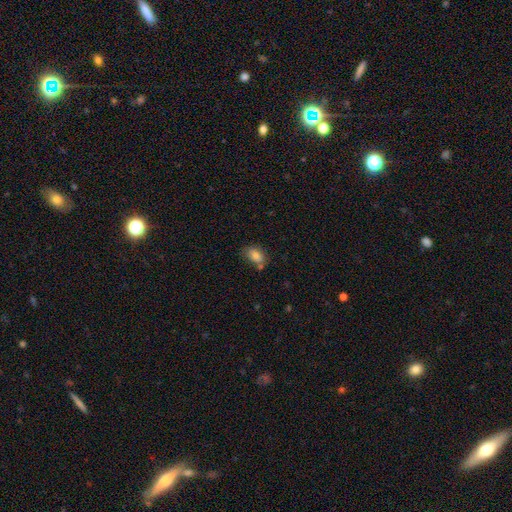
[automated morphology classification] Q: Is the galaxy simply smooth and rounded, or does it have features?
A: smooth — 82%.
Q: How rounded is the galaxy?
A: in between — 85%.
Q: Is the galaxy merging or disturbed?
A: none — 60%.